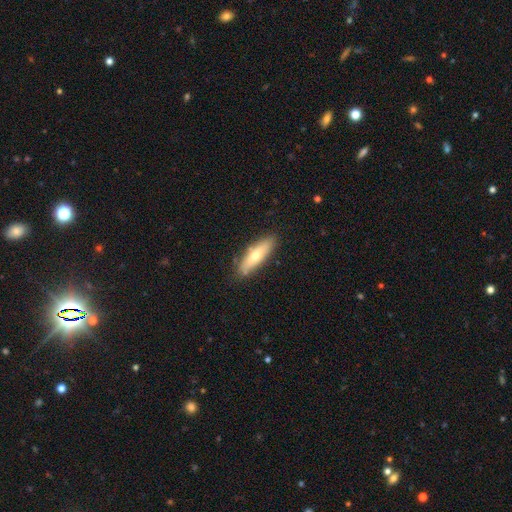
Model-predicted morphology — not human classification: A smooth galaxy with no disk features (61%) that is cigar-shaped (62%).

Vote fractions:
- Smooth or featured? smooth: 61% / featured or disk: 33% / star or artifact: 7%
- How rounded? cigar-shaped: 62% / in between: 37% / round: 2%
- Merging? none: 86% / minor disturbance: 10% / major disturbance: 2% / merger: 1%